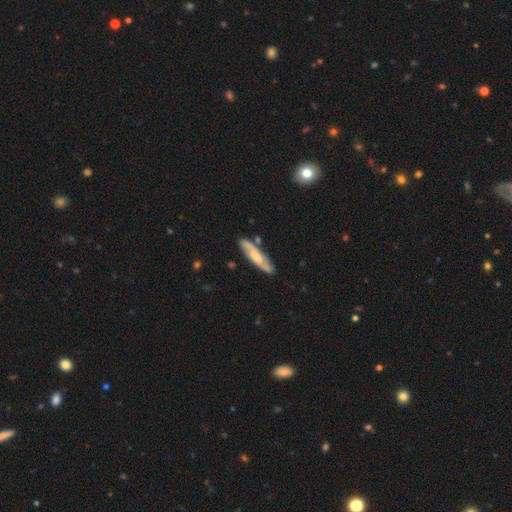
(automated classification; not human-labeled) Smooth or featured?
  - featured or disk: 57% *
  - smooth: 38%
  - star or artifact: 5%
Edge-on disk?
  - no: 63% *
  - yes: 37%
Merging?
  - none: 79% *
  - minor disturbance: 14%
  - merger: 4%
  - major disturbance: 3%